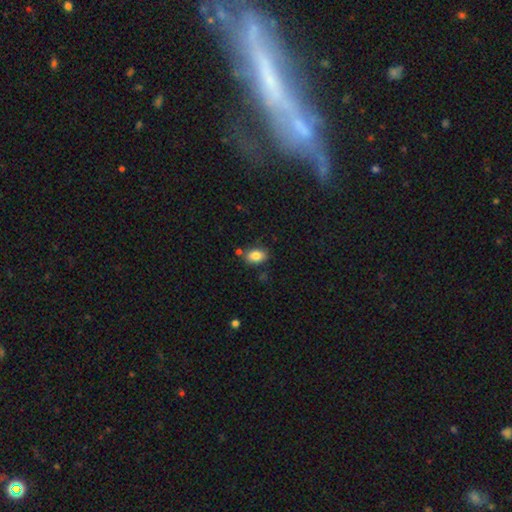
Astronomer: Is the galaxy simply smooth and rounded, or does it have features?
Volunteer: smooth — 87%.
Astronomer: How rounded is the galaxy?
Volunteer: in between — 97%.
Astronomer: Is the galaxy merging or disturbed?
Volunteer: none — 75%.